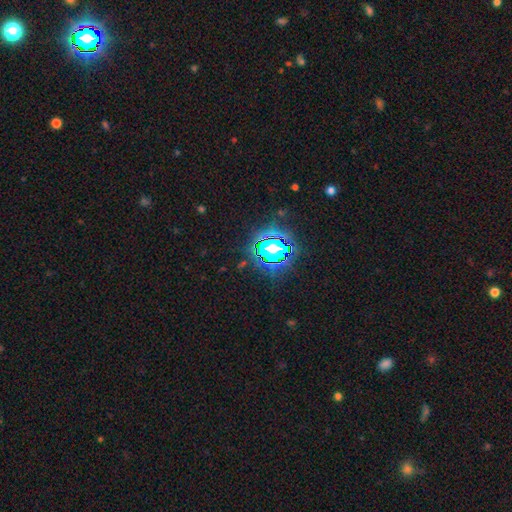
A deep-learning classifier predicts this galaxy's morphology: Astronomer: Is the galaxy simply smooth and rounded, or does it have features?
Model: star or artifact — 84%.